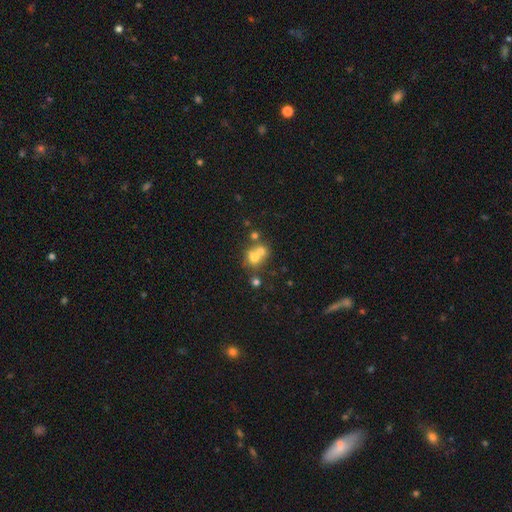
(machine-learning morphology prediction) This is likely a smooth galaxy (62%). How rounded: likely round (75%). Merging: possibly merger (55%).